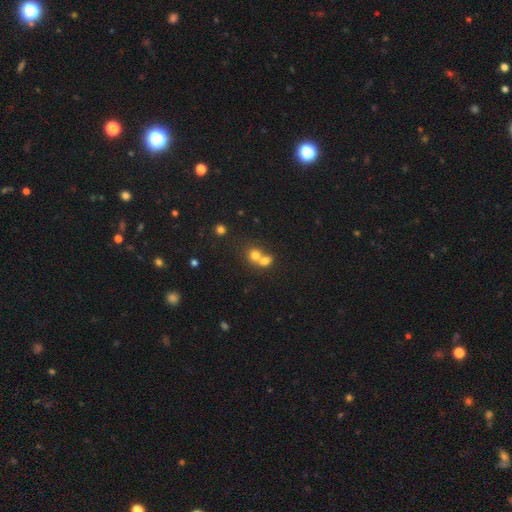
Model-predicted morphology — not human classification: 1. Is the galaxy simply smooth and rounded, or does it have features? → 73% smooth, 14% featured or disk, 13% star or artifact.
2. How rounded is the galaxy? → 70% round, 29% in between, 1% cigar-shaped.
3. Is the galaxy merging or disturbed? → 64% merger, 27% none, 5% minor disturbance, 3% major disturbance.